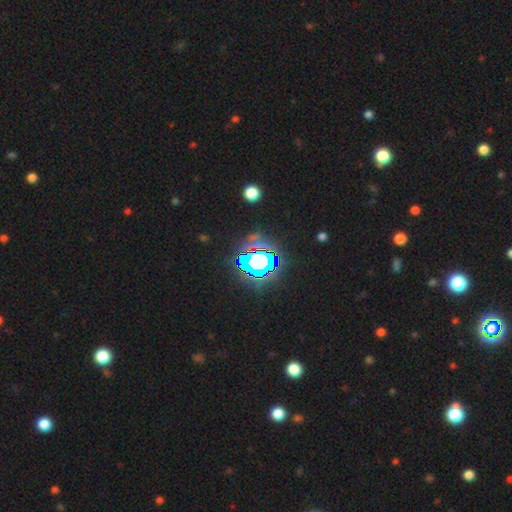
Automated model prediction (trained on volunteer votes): Smooth or featured: star or artifact — 84% (smooth — 10%)